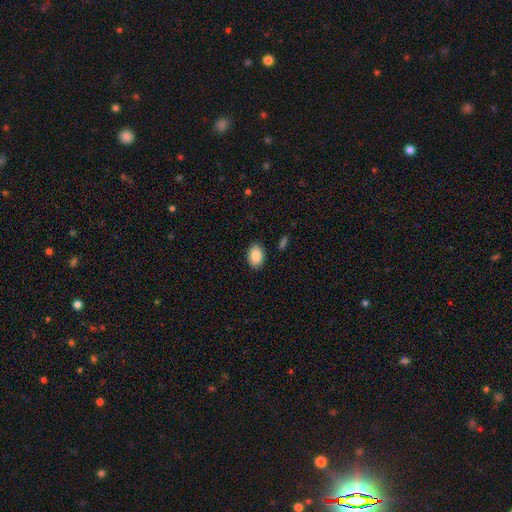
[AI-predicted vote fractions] A smooth galaxy with no disk features (89%) that is in between round and cigar-shaped (84%). Merging: none (87%).